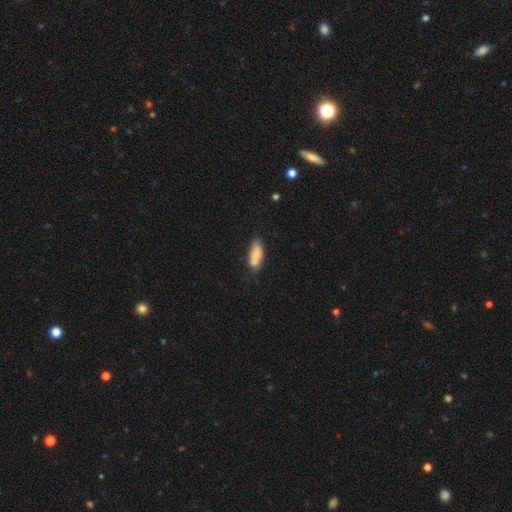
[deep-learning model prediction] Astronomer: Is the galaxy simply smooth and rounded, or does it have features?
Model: smooth — 67%.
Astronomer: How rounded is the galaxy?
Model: in between — 77%.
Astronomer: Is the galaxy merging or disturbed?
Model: none — 55%.